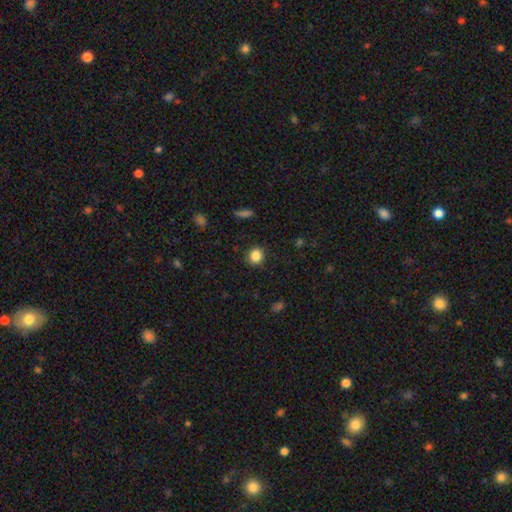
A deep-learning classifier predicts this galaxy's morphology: Q: Smooth or featured?
A: smooth (85%); runner-up: star or artifact (11%)
Q: How rounded?
A: round (85%); runner-up: in between (14%)
Q: Merging?
A: none (89%); runner-up: minor disturbance (7%)